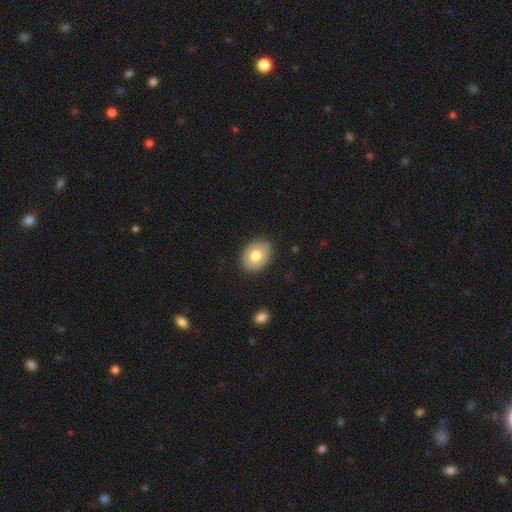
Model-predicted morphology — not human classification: type=smooth (71%); roundness=in between (70%); merging=none (85%).